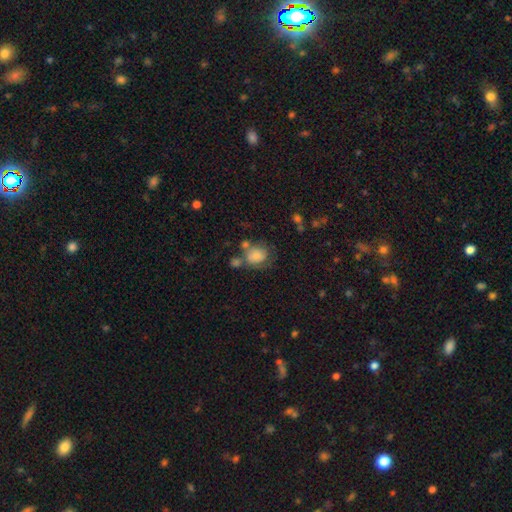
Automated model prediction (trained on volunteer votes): A smooth galaxy with no disk features (71%) that is round (55%).

Vote fractions:
- Smooth or featured? smooth: 71% / featured or disk: 20% / star or artifact: 9%
- How rounded? round: 55% / in between: 44% / cigar-shaped: 1%
- Merging? none: 39% / minor disturbance: 22% / merger: 20% / major disturbance: 19%